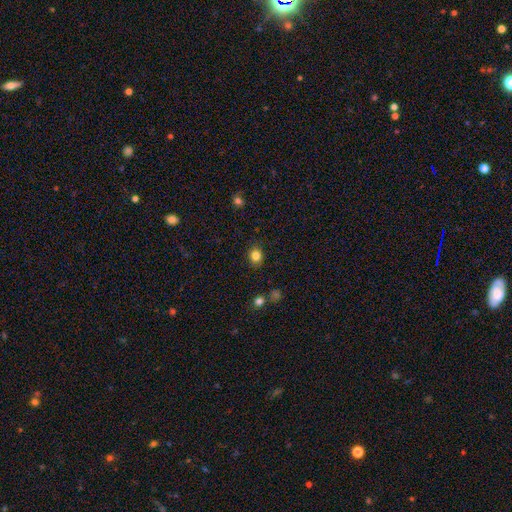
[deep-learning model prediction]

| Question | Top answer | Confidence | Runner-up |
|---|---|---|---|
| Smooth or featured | smooth | 83% | star or artifact (11%) |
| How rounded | round | 66% | in between (33%) |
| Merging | none | 87% | minor disturbance (9%) |